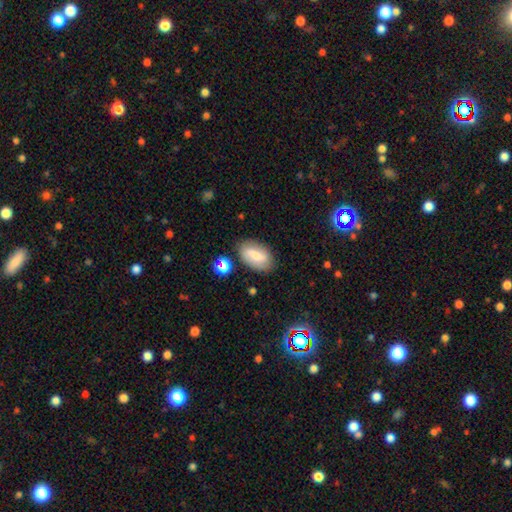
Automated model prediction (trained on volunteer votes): Smooth or featured: smooth — 59% (featured or disk — 32%)
How rounded: in between — 90% (round — 6%)
Merging: none — 78% (minor disturbance — 15%)